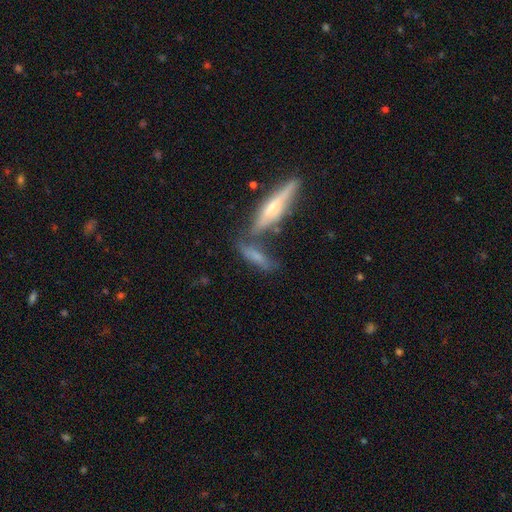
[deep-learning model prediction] Q: Smooth or featured?
A: smooth (53%); runner-up: featured or disk (38%)
Q: How rounded?
A: cigar-shaped (68%); runner-up: in between (29%)
Q: Merging?
A: none (47%); runner-up: merger (31%)